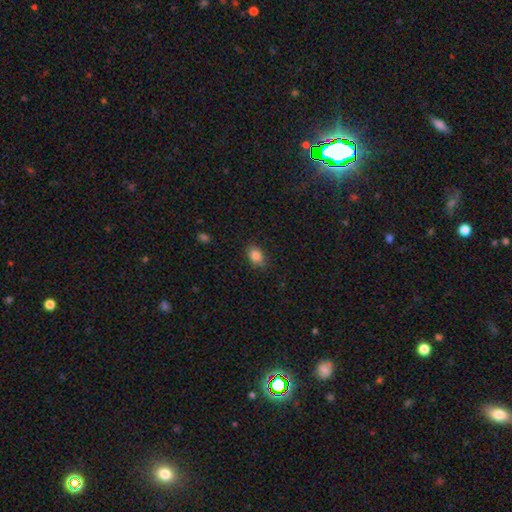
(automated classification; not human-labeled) Smooth or featured?
  - smooth: 85% *
  - star or artifact: 9%
  - featured or disk: 6%
How rounded?
  - in between: 82% *
  - round: 16%
  - cigar-shaped: 2%
Merging?
  - none: 85% *
  - minor disturbance: 12%
  - major disturbance: 3%
  - merger: 1%